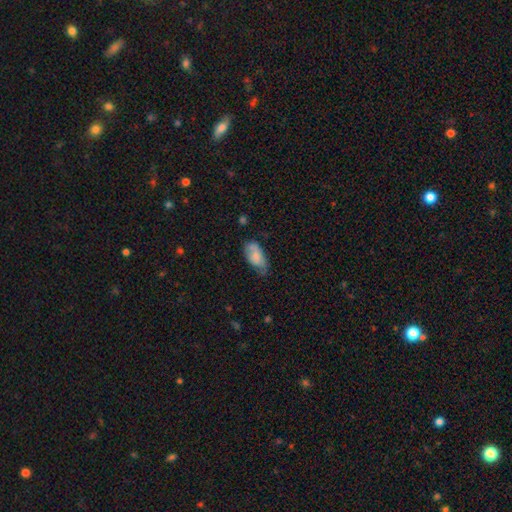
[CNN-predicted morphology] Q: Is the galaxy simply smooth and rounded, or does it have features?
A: smooth — 72%.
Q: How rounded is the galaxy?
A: in between — 91%.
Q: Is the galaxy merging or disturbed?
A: none — 43%.